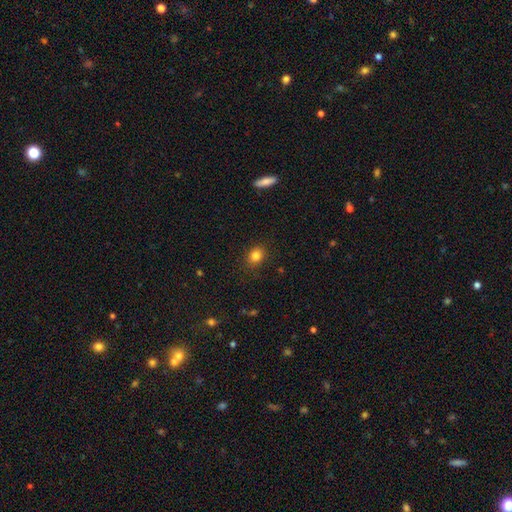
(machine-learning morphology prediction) type=smooth (83%); roundness=round (61%); merging=none (87%).